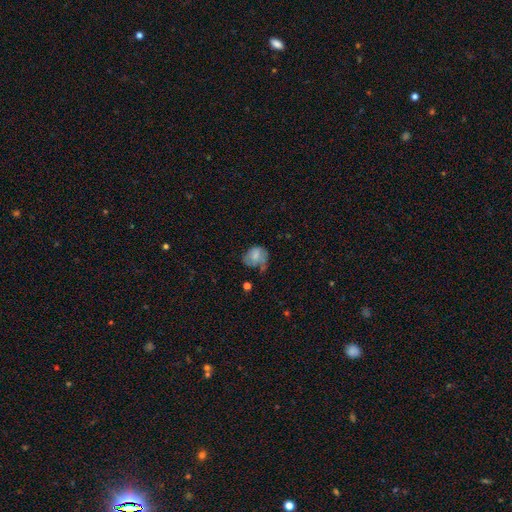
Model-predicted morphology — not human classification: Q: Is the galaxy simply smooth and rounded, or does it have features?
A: smooth — 66%.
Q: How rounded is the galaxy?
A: in between — 51%.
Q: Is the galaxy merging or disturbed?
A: none — 36%.